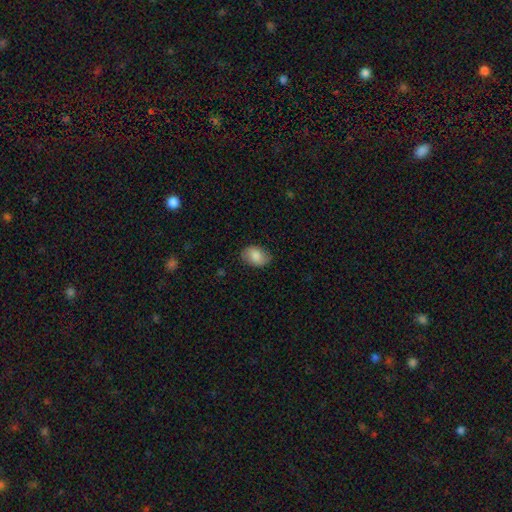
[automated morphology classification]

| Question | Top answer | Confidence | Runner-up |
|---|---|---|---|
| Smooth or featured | smooth | 74% | featured or disk (18%) |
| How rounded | in between | 78% | round (21%) |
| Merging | none | 78% | minor disturbance (17%) |